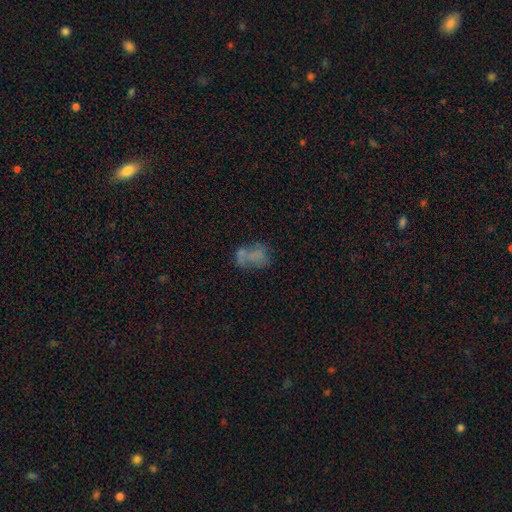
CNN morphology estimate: Smooth or featured? Predicted: smooth (p=0.54). How rounded? Predicted: in between (p=0.77). Merging? Predicted: none (p=0.40).